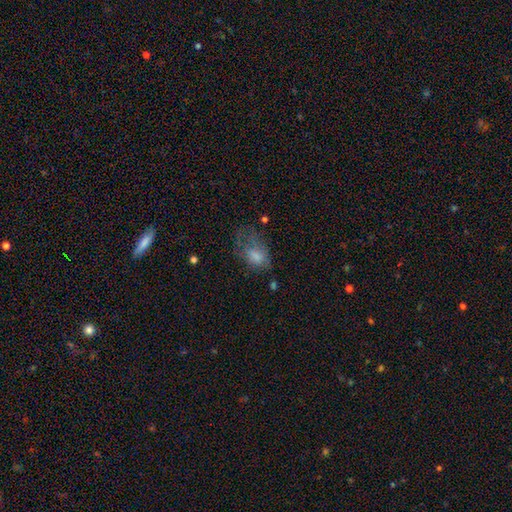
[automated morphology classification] Smooth or featured: smooth — 59% (featured or disk — 26%)
How rounded: in between — 84% (round — 13%)
Merging: major disturbance — 37% (none — 34%)